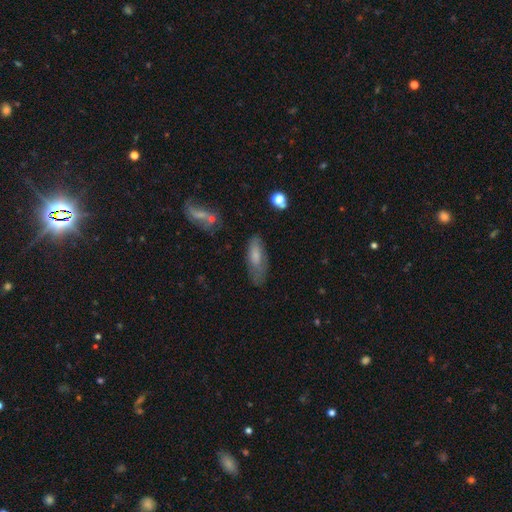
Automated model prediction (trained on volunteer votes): The model was most divided on "how rounded": in between: 64%, cigar-shaped: 33%, round: 2%. More confident: smooth or featured — smooth (67%); merging — none (62%).